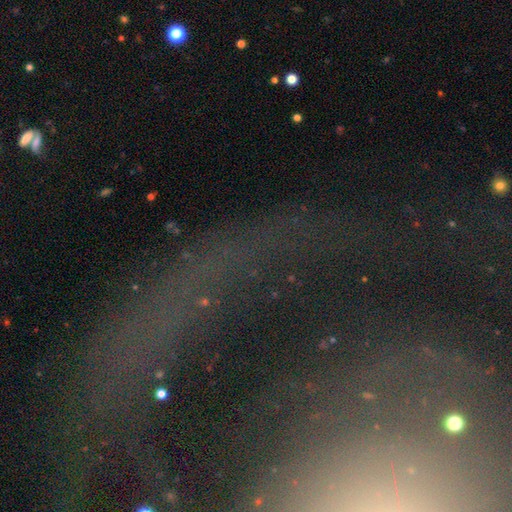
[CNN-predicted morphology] A star or artifact, not a galaxy (47%).